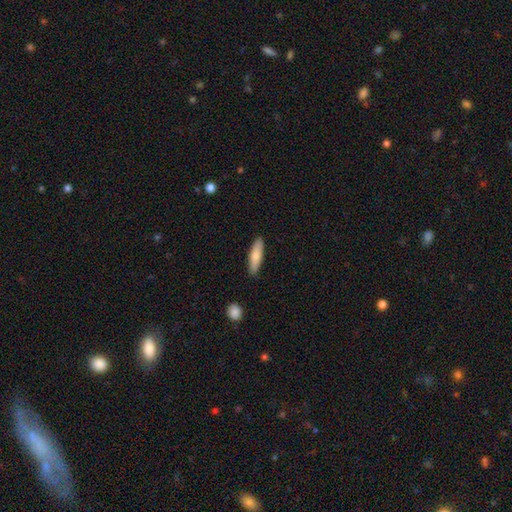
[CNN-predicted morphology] smooth 77%, featured or disk 18%, star or artifact 6%. Down the decision tree: how rounded — cigar-shaped (66%); merging — none (88%).